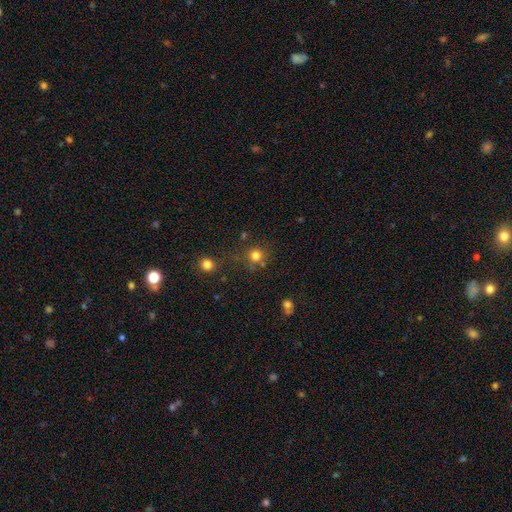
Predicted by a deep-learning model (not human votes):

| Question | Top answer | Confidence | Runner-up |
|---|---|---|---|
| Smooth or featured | smooth | 78% | star or artifact (16%) |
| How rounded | round | 92% | in between (7%) |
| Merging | none | 72% | minor disturbance (12%) |